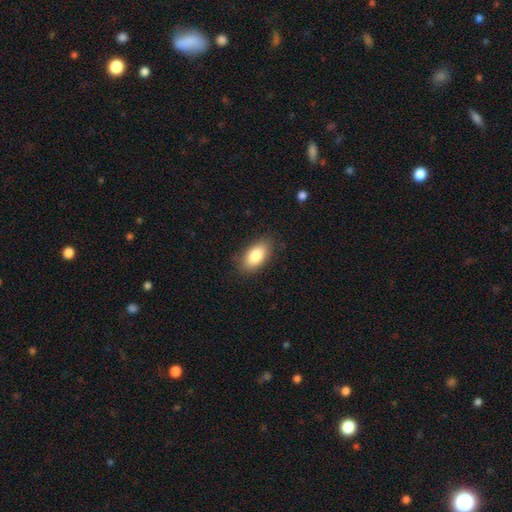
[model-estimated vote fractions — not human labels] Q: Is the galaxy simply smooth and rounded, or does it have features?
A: smooth — 84%.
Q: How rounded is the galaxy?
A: in between — 92%.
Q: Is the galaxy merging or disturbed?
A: none — 84%.